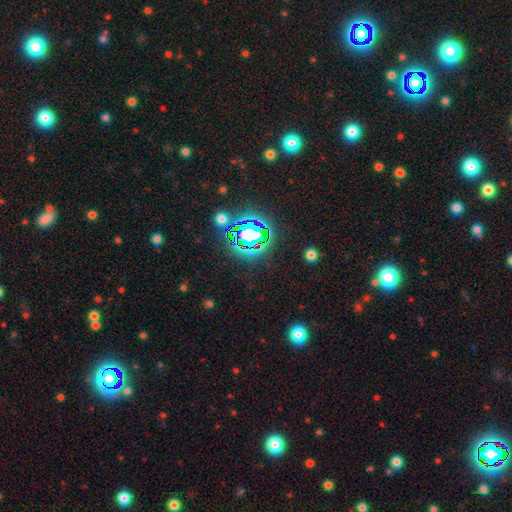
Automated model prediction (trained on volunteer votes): Smooth or featured: star or artifact — 80% (smooth — 13%)